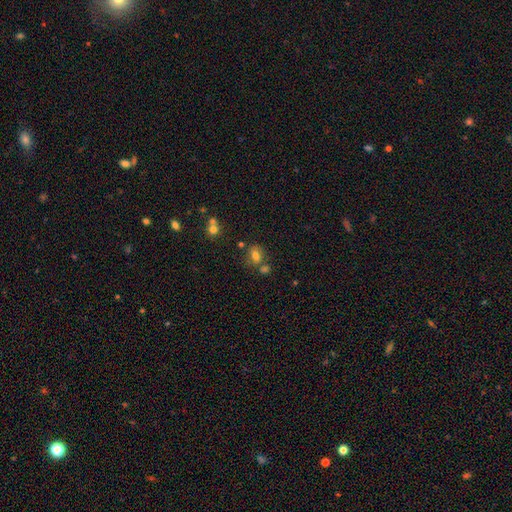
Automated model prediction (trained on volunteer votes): Smooth or featured: smooth — 73% (star or artifact — 15%)
How rounded: in between — 57% (round — 41%)
Merging: none — 56% (merger — 24%)